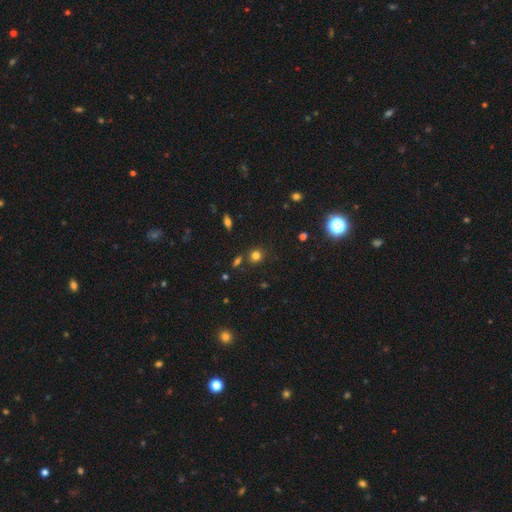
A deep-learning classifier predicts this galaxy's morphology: This is likely a smooth galaxy (75%). How rounded: clearly round (84%). Merging: likely none (79%).